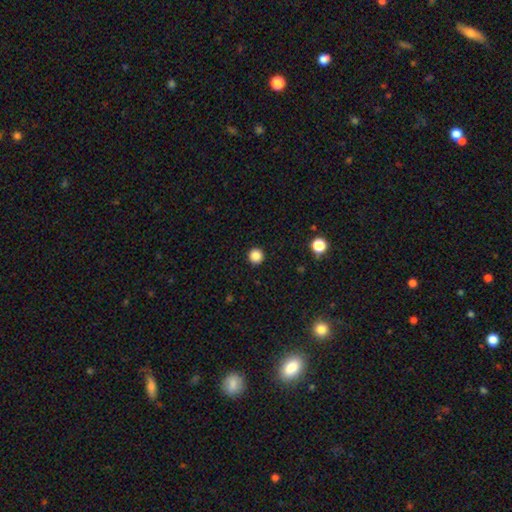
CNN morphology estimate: smooth-or-featured: smooth: 86% | star or artifact: 11% | featured or disk: 3%
  how-rounded: round: 96% | in between: 3% | cigar-shaped: 1%
  merging: none: 93% | minor disturbance: 4% | major disturbance: 2% | merger: 1%